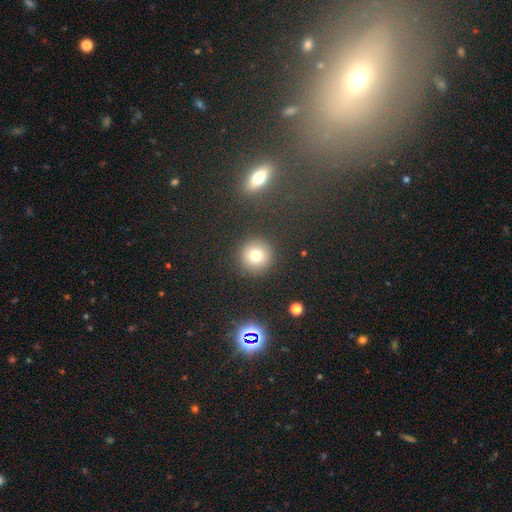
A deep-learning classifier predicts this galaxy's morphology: smooth_or_featured: smooth (p=0.75) [alt: star or artifact p=0.15]
how_rounded: round (p=0.95) [alt: in between p=0.04]
merging: none (p=0.90) [alt: minor disturbance p=0.06]